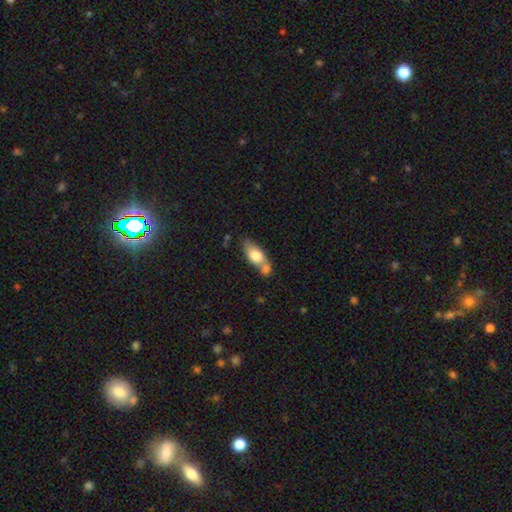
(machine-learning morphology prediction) Overall: smooth (70%). How rounded: in between (76%). Merging: merger (46%; none 35%).